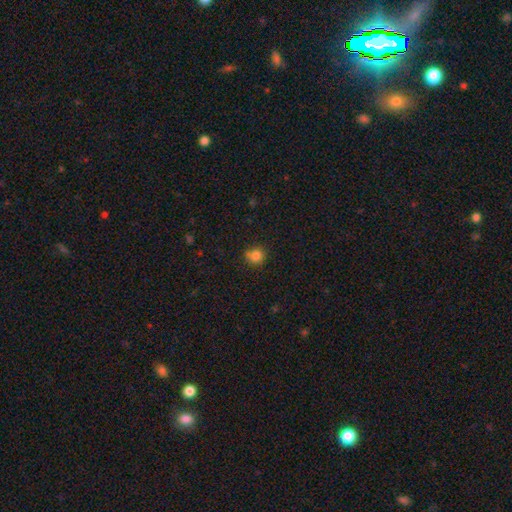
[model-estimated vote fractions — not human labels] A smooth galaxy with no disk features (82%) that is round (90%). Merging: none (72%).